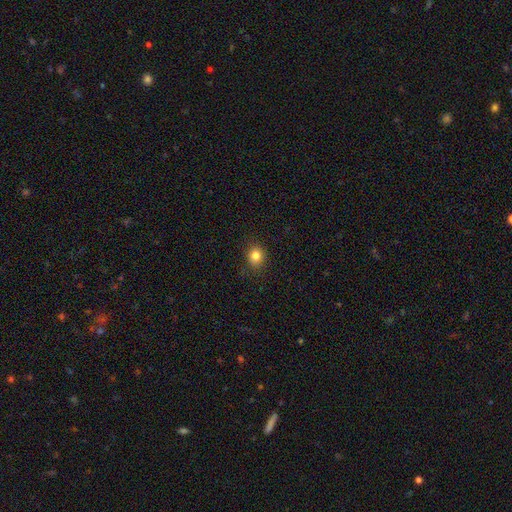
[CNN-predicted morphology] smooth_or_featured: smooth (p=0.83) [alt: star or artifact p=0.12]
how_rounded: round (p=0.73) [alt: in between p=0.26]
merging: none (p=0.87) [alt: minor disturbance p=0.09]